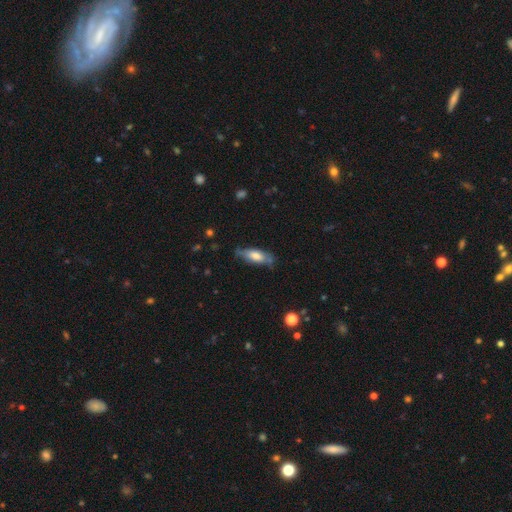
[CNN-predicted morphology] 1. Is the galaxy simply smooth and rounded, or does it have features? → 64% smooth, 29% featured or disk, 7% star or artifact.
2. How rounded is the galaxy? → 65% in between, 33% cigar-shaped, 2% round.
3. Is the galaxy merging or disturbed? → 65% none, 26% minor disturbance, 6% major disturbance, 4% merger.